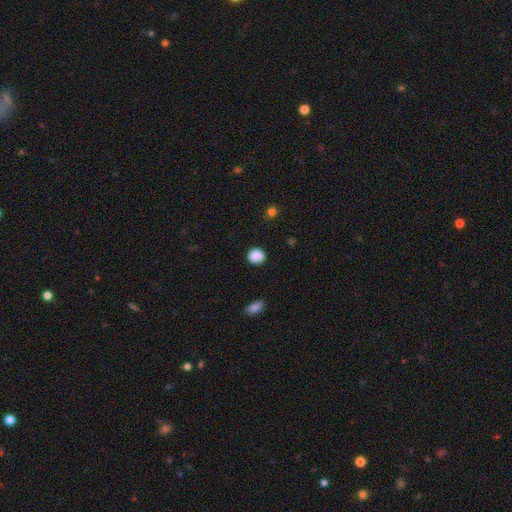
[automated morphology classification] A smooth galaxy with no disk features (87%) that is round (83%).

Vote fractions:
- Smooth or featured? smooth: 87% / star or artifact: 9% / featured or disk: 4%
- How rounded? round: 83% / in between: 16% / cigar-shaped: 1%
- Merging? none: 82% / minor disturbance: 13% / major disturbance: 3% / merger: 2%